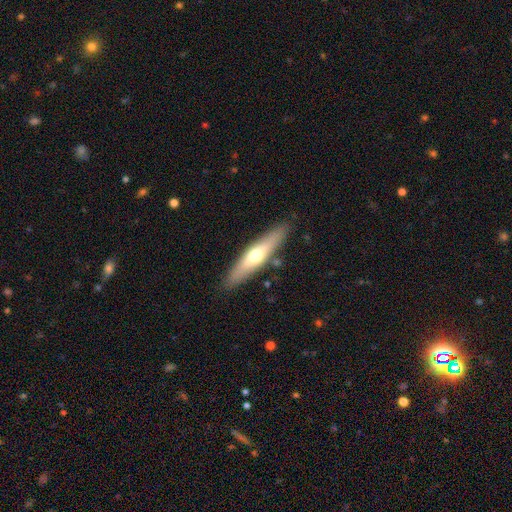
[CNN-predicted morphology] A smooth galaxy with no disk features (49%).

Vote fractions:
- Smooth or featured? smooth: 49% / featured or disk: 46% / star or artifact: 6%
- Merging? none: 87% / minor disturbance: 9% / merger: 2% / major disturbance: 2%